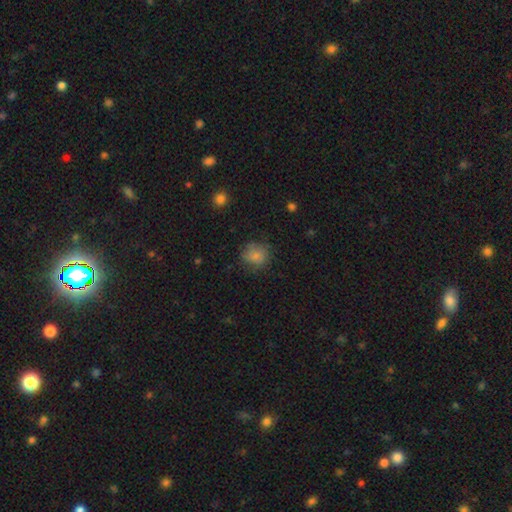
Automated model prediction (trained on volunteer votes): Smooth or featured: smooth — 77% (featured or disk — 12%)
How rounded: round — 77% (in between — 22%)
Merging: none — 69% (minor disturbance — 21%)